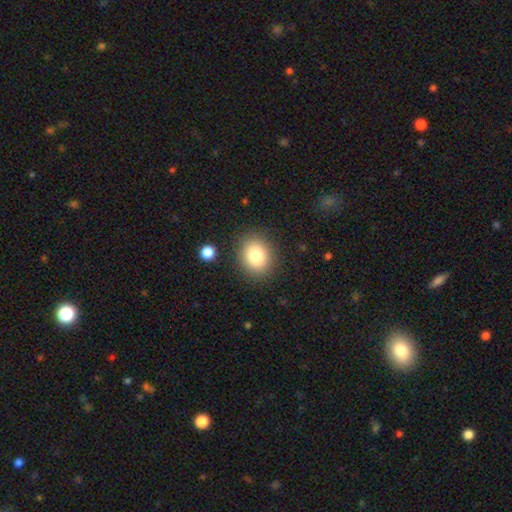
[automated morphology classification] Smooth or featured? Predicted: smooth (p=0.82). How rounded? Predicted: round (p=0.65). Merging? Predicted: none (p=0.87).